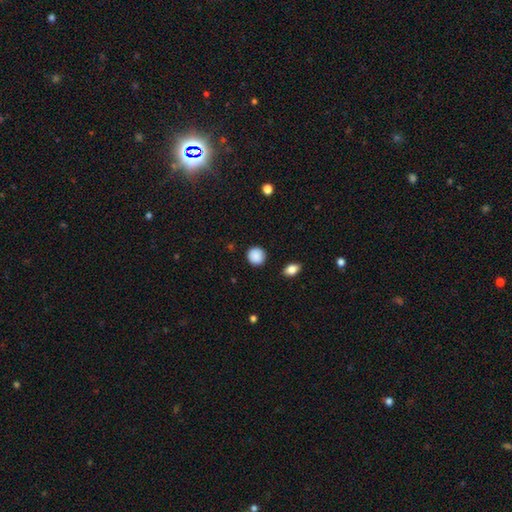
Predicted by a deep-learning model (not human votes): This is clearly a smooth galaxy (89%). How rounded: clearly round (91%). Merging: clearly none (89%).